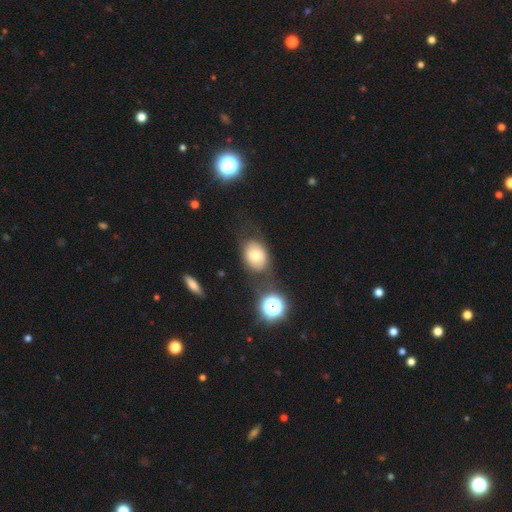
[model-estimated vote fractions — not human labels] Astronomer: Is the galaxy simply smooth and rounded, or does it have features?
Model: smooth — 72%.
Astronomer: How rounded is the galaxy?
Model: in between — 72%.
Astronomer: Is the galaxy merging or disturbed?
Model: none — 66%.